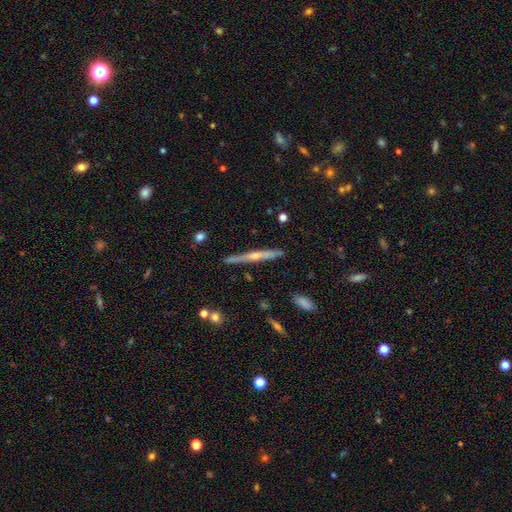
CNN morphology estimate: smooth_or_featured: featured or disk (p=0.67) [alt: smooth p=0.20]
disk_edge_on: yes (p=0.95) [alt: no p=0.05]
edge_on_bulge: rounded (p=0.82) [alt: none p=0.12]
merging: none (p=0.86) [alt: minor disturbance p=0.08]